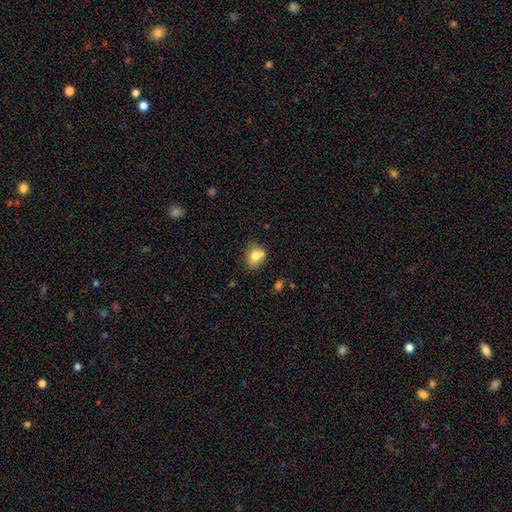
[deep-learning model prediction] A smooth galaxy with no disk features (75%) that is round (55%).

Vote fractions:
- Smooth or featured? smooth: 75% / featured or disk: 15% / star or artifact: 10%
- How rounded? round: 55% / in between: 45% / cigar-shaped: 1%
- Merging? none: 54% / merger: 25% / minor disturbance: 17% / major disturbance: 4%